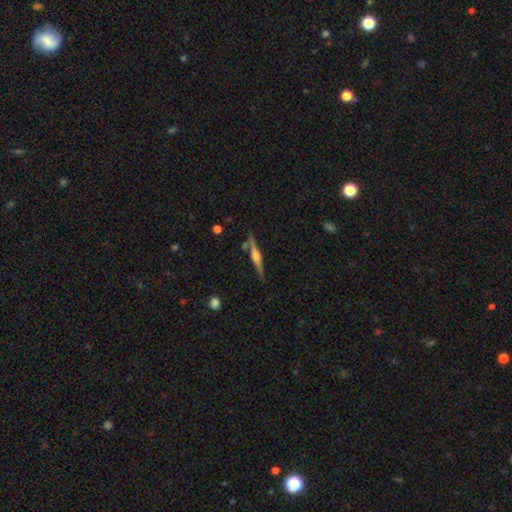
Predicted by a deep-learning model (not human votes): Smooth or featured?
  - featured or disk: 75% *
  - smooth: 18%
  - star or artifact: 6%
Edge-on disk?
  - yes: 98% *
  - no: 2%
Edge-on bulge?
  - rounded: 81% *
  - boxy: 13%
  - none: 6%
Merging?
  - none: 85% *
  - minor disturbance: 9%
  - merger: 4%
  - major disturbance: 2%